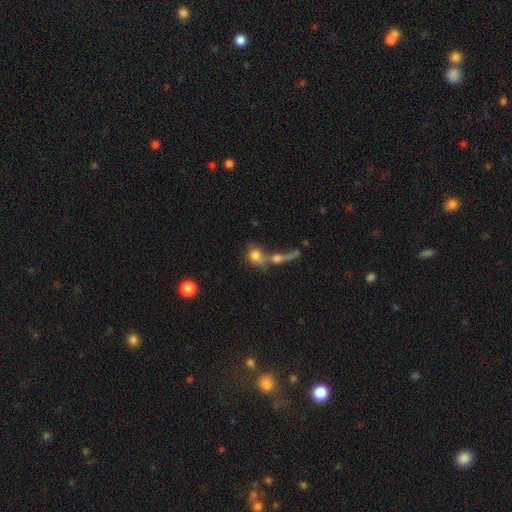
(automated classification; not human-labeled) The model was most divided on "how rounded": round: 55%, in between: 39%, cigar-shaped: 6%. More confident: smooth or featured — smooth (67%); merging — merger (58%).